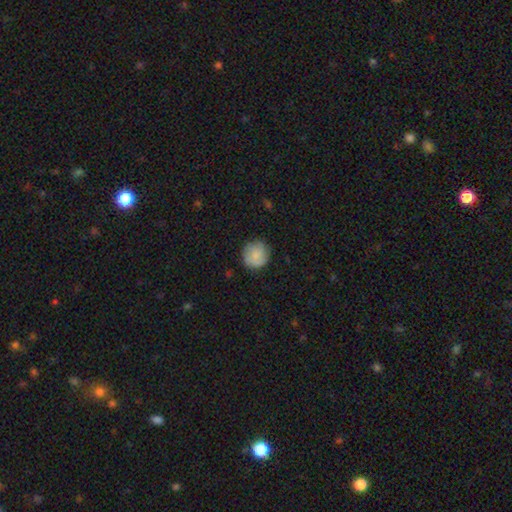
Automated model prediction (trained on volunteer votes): Q: Smooth or featured?
A: smooth (77%); runner-up: featured or disk (16%)
Q: How rounded?
A: round (92%); runner-up: in between (7%)
Q: Merging?
A: none (81%); runner-up: minor disturbance (15%)